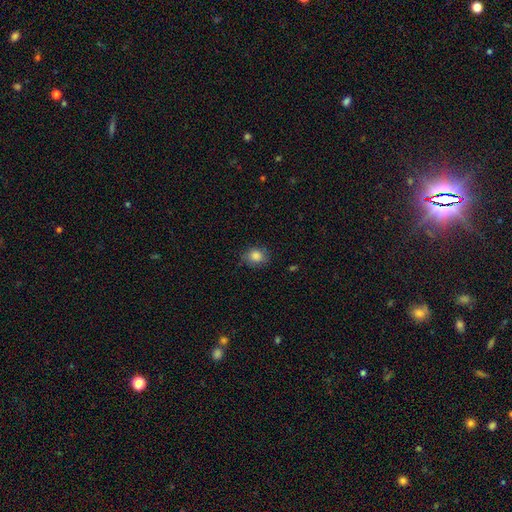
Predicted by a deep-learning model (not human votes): This is clearly a smooth galaxy (85%). How rounded: likely round (62%). Merging: likely none (74%).